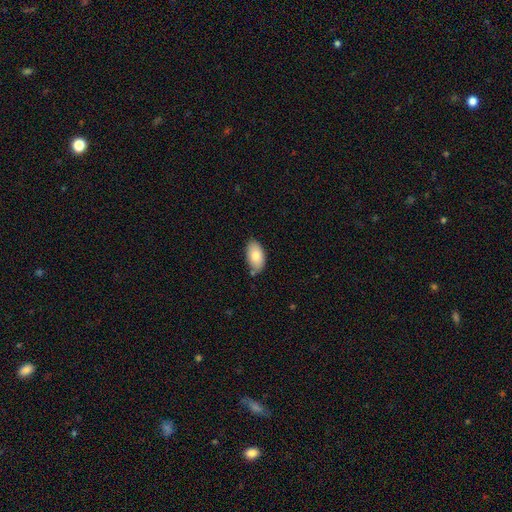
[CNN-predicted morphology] The model was most divided on "merging": none: 75%, minor disturbance: 17%, merger: 4%, major disturbance: 3%. More confident: how rounded — in between (94%); smooth or featured — smooth (80%).